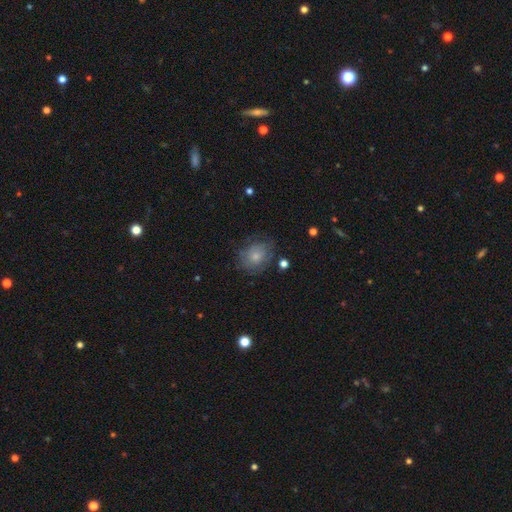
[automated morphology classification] A smooth galaxy with no disk features (68%) that is round (58%).

Vote fractions:
- Smooth or featured? smooth: 68% / featured or disk: 23% / star or artifact: 9%
- How rounded? round: 58% / in between: 41% / cigar-shaped: 1%
- Merging? none: 64% / minor disturbance: 23% / major disturbance: 10% / merger: 2%